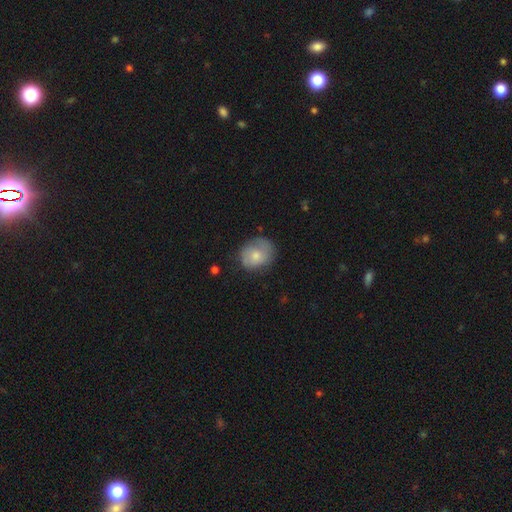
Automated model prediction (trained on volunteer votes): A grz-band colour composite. It shows a smooth galaxy with no disk features (66%) that is round (60%). Merging: none (62%).